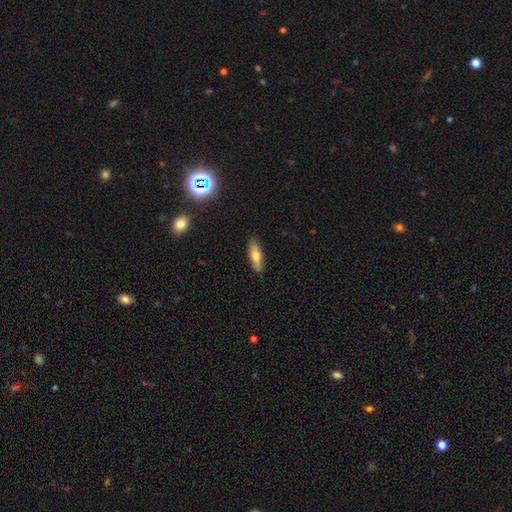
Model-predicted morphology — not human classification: type=smooth (67%); roundness=cigar-shaped (51%); merging=none (88%).